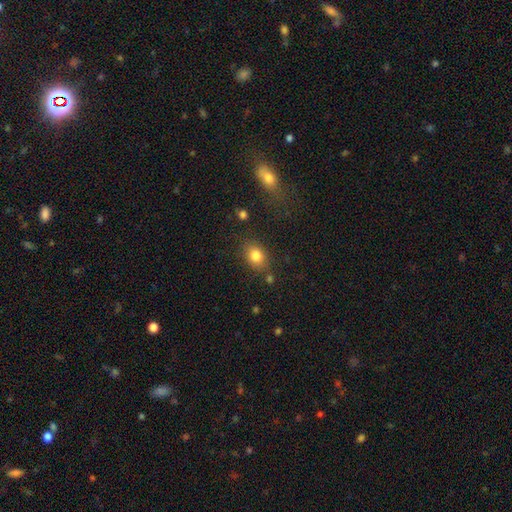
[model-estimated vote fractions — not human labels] Smooth or featured?
  - smooth: 83% *
  - star or artifact: 10%
  - featured or disk: 7%
How rounded?
  - in between: 63% *
  - round: 36%
  - cigar-shaped: 1%
Merging?
  - none: 78% *
  - minor disturbance: 14%
  - merger: 4%
  - major disturbance: 4%